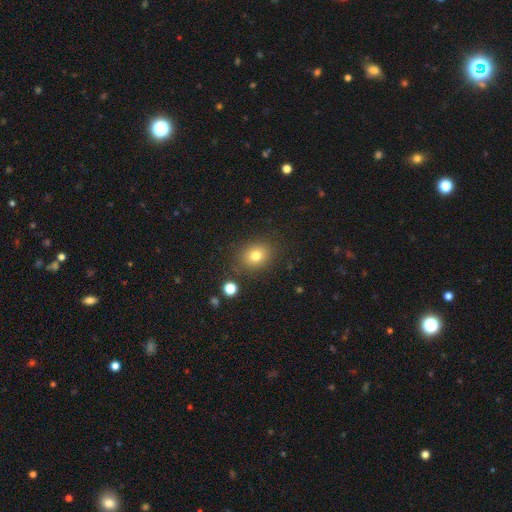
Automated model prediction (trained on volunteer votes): smooth-or-featured: smooth: 77% | star or artifact: 13% | featured or disk: 10%
  how-rounded: round: 60% | in between: 39% | cigar-shaped: 1%
  merging: none: 82% | minor disturbance: 11% | major disturbance: 4% | merger: 3%